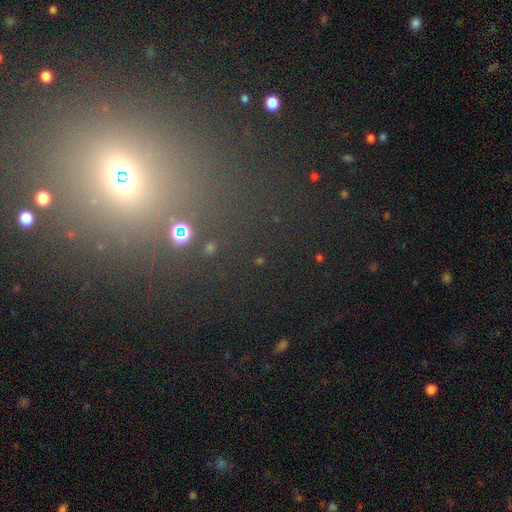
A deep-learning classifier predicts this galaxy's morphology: Smooth or featured: star or artifact — 54% (smooth — 36%)